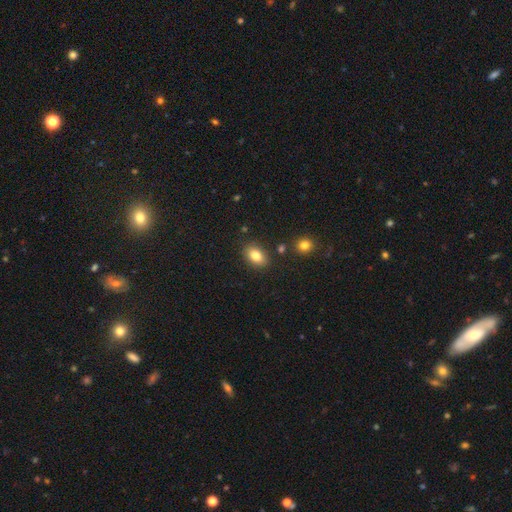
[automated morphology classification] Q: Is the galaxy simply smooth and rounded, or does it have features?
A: smooth — 83%.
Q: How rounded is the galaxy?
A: in between — 83%.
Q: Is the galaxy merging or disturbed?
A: none — 84%.